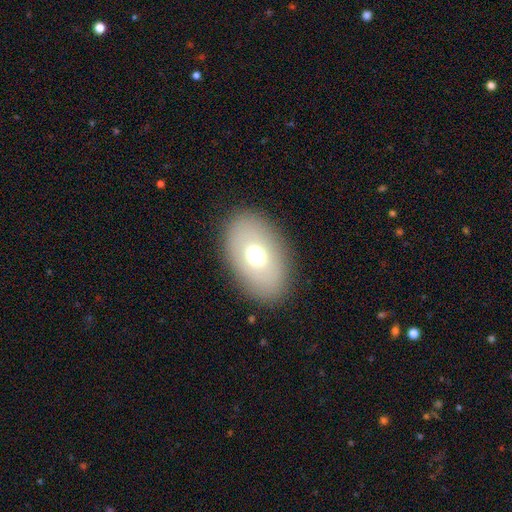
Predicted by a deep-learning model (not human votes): smooth-or-featured: smooth: 63% | featured or disk: 25% | star or artifact: 11%
  how-rounded: in between: 83% | round: 16% | cigar-shaped: 1%
  merging: none: 86% | minor disturbance: 8% | major disturbance: 4% | merger: 1%